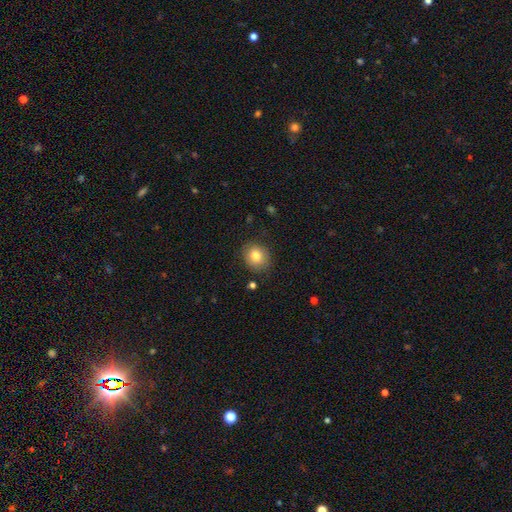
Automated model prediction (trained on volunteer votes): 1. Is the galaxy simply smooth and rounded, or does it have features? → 81% smooth, 10% star or artifact, 9% featured or disk.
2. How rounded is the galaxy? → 76% round, 23% in between, 1% cigar-shaped.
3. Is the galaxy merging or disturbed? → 85% none, 11% minor disturbance, 3% major disturbance, 2% merger.